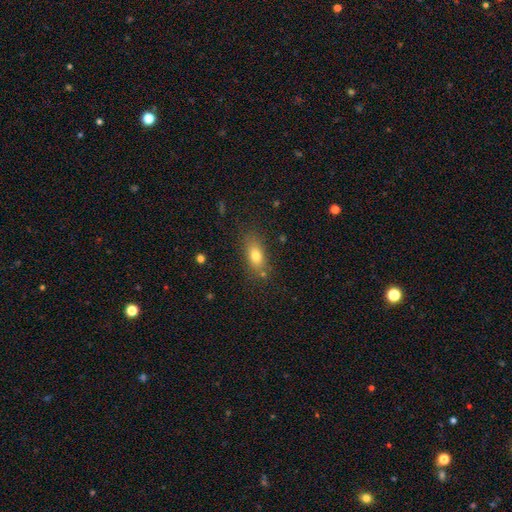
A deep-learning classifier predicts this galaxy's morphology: Smooth or featured? smooth (76%)
How rounded? in between (77%)
Merging? none (77%)